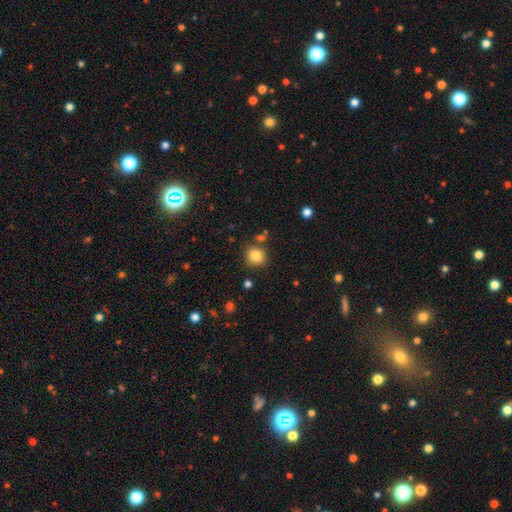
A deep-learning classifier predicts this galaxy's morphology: type=smooth (83%); roundness=round (87%); merging=none (82%).